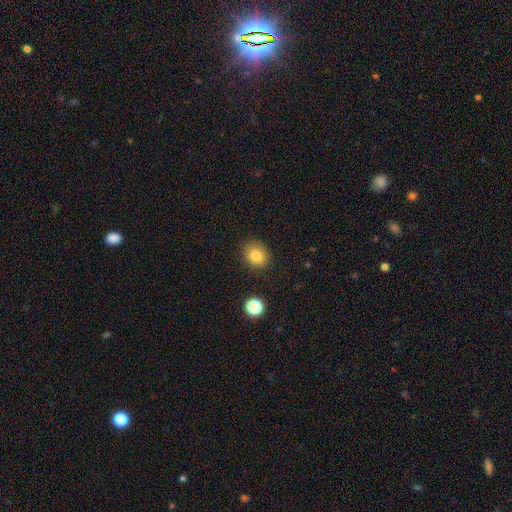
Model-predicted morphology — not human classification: A smooth galaxy with no disk features (83%) that is round (67%).

Vote fractions:
- Smooth or featured? smooth: 83% / star or artifact: 11% / featured or disk: 6%
- How rounded? round: 67% / in between: 32% / cigar-shaped: 1%
- Merging? none: 85% / minor disturbance: 11% / major disturbance: 3% / merger: 2%